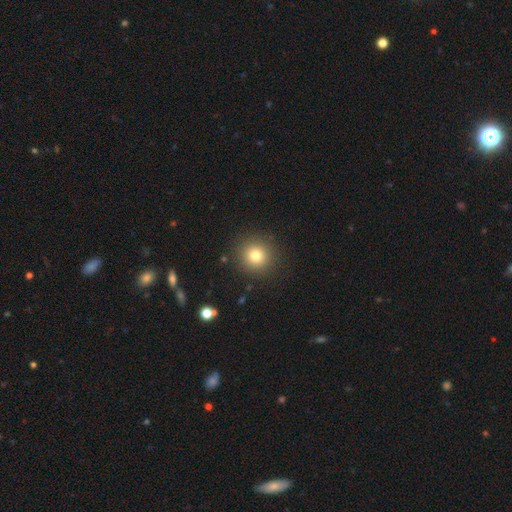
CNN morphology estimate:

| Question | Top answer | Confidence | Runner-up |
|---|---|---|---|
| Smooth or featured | smooth | 79% | star or artifact (13%) |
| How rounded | round | 93% | in between (6%) |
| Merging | none | 90% | minor disturbance (6%) |